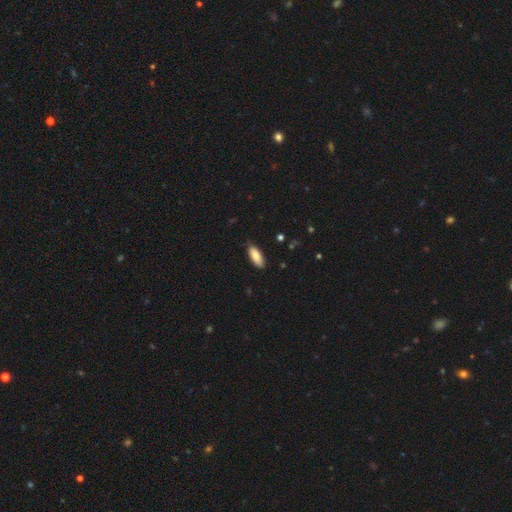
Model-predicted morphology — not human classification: smooth-or-featured: smooth: 84% | featured or disk: 10% | star or artifact: 6%
  how-rounded: in between: 78% | cigar-shaped: 20% | round: 2%
  merging: none: 78% | minor disturbance: 18% | major disturbance: 2% | merger: 1%